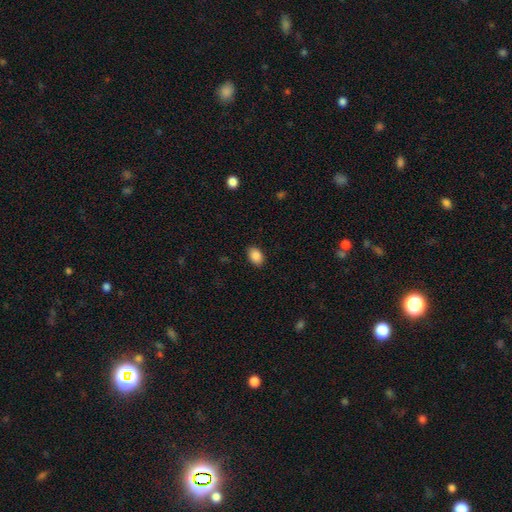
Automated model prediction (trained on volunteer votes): This appears to be a smooth galaxy with no disk features (88%) that is in between round and cigar-shaped (81%). Merging: none (88%).